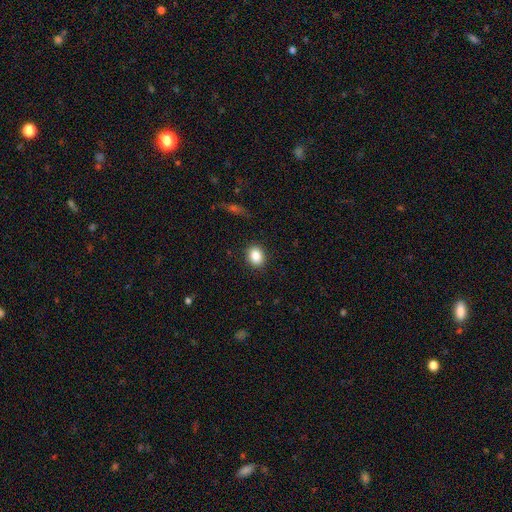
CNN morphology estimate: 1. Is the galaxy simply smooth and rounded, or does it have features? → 86% smooth, 9% star or artifact, 5% featured or disk.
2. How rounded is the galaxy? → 50% round, 49% in between, 1% cigar-shaped.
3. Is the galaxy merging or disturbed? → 89% none, 7% minor disturbance, 2% major disturbance, 1% merger.